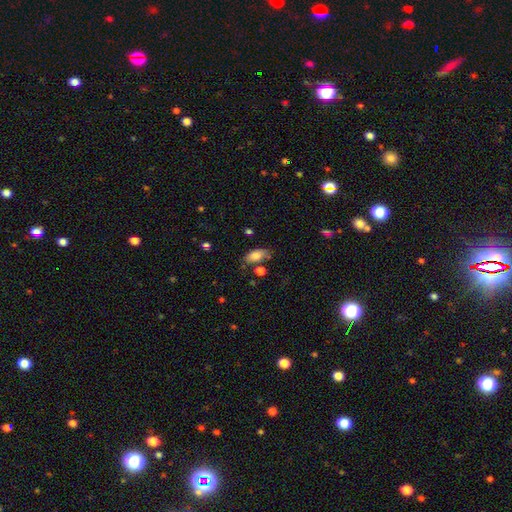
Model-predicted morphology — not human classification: smooth-or-featured: smooth: 81% | featured or disk: 11% | star or artifact: 8%
  how-rounded: in between: 90% | cigar-shaped: 6% | round: 4%
  merging: none: 64% | minor disturbance: 21% | merger: 8% | major disturbance: 6%